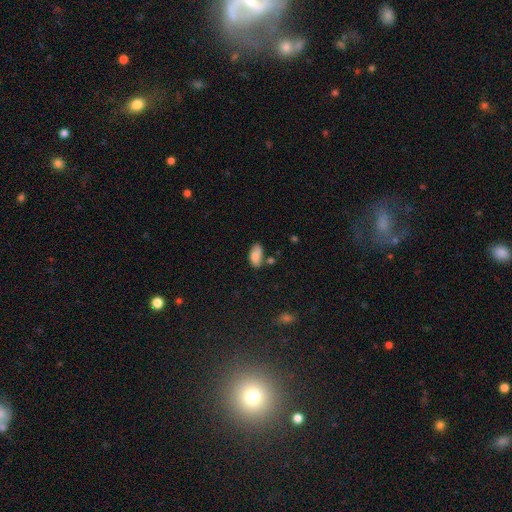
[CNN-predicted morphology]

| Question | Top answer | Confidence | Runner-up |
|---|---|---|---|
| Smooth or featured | smooth | 84% | featured or disk (8%) |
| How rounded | in between | 92% | cigar-shaped (5%) |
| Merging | none | 60% | minor disturbance (23%) |